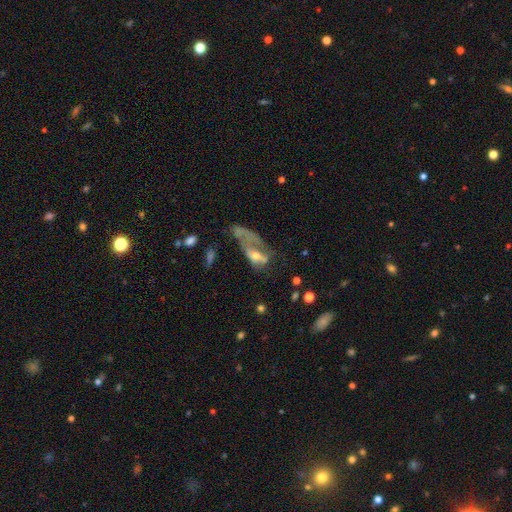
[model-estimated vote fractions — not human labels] Q: Smooth or featured?
A: featured or disk (49%); runner-up: smooth (39%)
Q: Merging?
A: major disturbance (55%); runner-up: merger (17%)